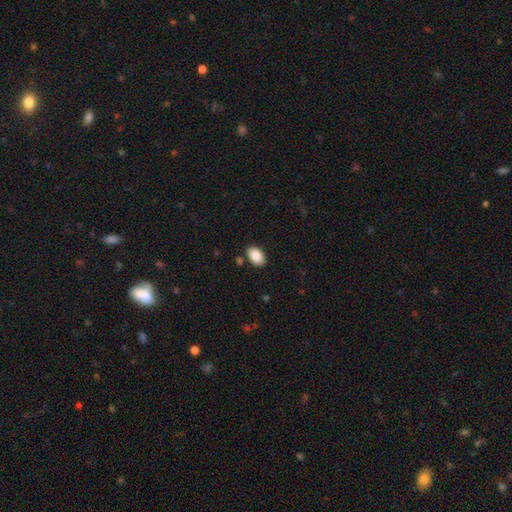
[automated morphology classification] Smooth or featured? smooth (89%)
How rounded? in between (90%)
Merging? none (84%)